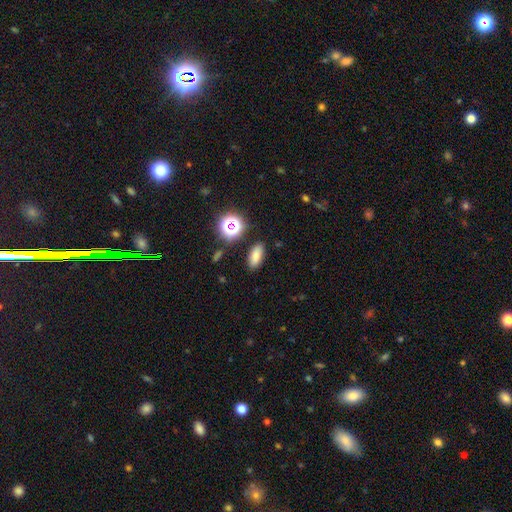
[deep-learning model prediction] Smooth or featured: smooth — 78% (star or artifact — 15%)
How rounded: in between — 81% (cigar-shaped — 11%)
Merging: none — 86% (minor disturbance — 9%)